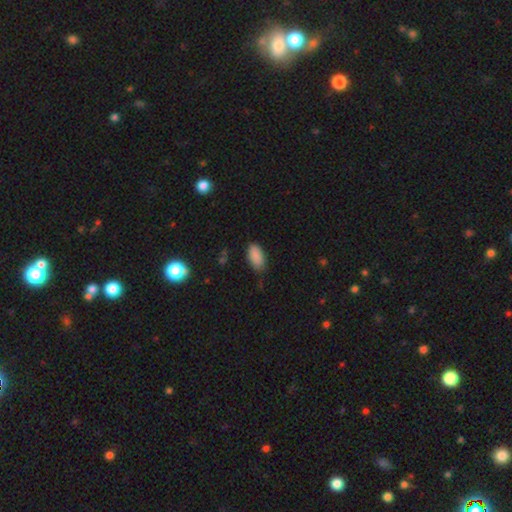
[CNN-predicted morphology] type=smooth (88%); roundness=in between (93%); merging=none (75%).